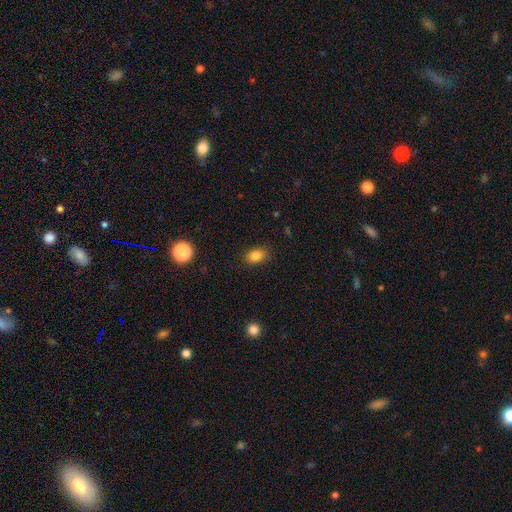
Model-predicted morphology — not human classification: This appears to be a smooth galaxy with no disk features (84%) that is in between round and cigar-shaped (76%). Merging: none (85%).